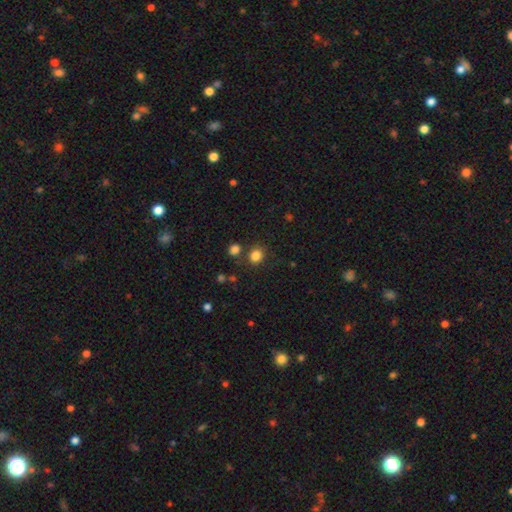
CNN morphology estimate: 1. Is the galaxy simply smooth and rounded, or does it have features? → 82% smooth, 13% star or artifact, 5% featured or disk.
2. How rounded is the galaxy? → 77% round, 22% in between, 1% cigar-shaped.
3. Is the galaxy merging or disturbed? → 78% none, 9% merger, 9% minor disturbance, 3% major disturbance.